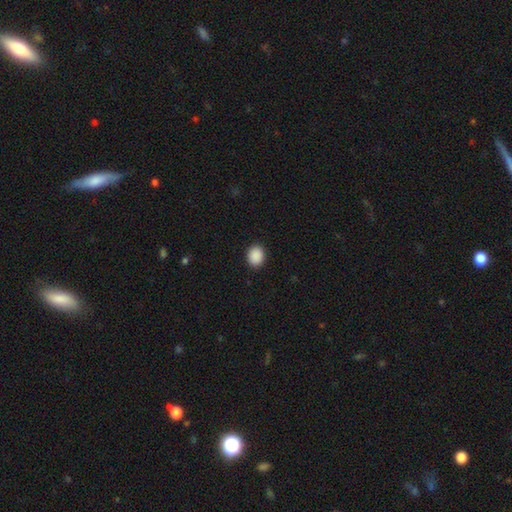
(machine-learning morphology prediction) smooth-or-featured: smooth: 90% | star or artifact: 8% | featured or disk: 2%
  how-rounded: round: 54% | in between: 45% | cigar-shaped: 1%
  merging: none: 91% | minor disturbance: 6% | major disturbance: 2% | merger: 1%